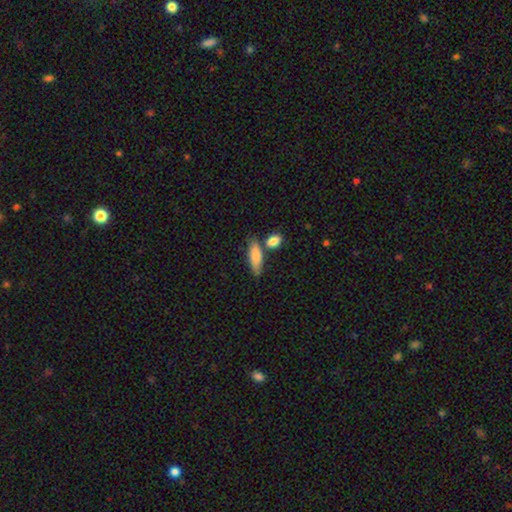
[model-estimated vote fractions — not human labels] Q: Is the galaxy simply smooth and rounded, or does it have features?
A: smooth — 79%.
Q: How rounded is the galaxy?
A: in between — 58%.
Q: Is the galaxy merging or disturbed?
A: none — 63%.